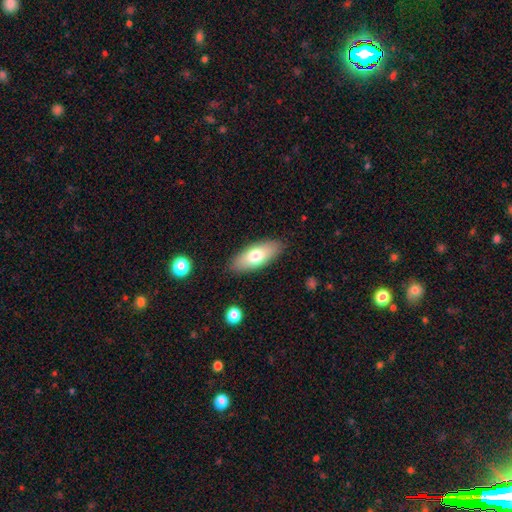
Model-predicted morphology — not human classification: smooth_or_featured: smooth (p=0.72) [alt: featured or disk p=0.22]
how_rounded: in between (p=0.78) [alt: cigar-shaped p=0.20]
merging: none (p=0.87) [alt: minor disturbance p=0.09]